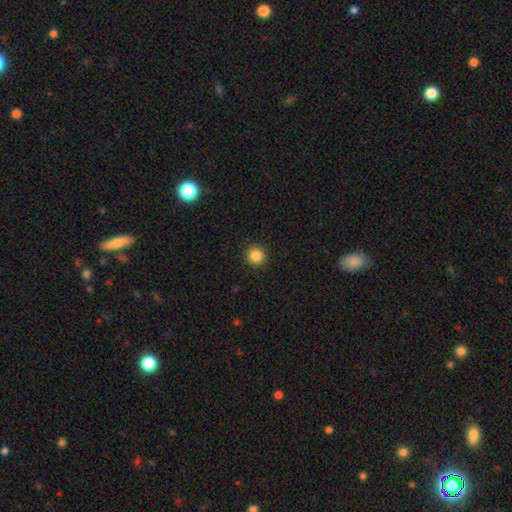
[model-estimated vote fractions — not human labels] Morphology: type=smooth (85%); roundness=round (95%); merging=none (92%).